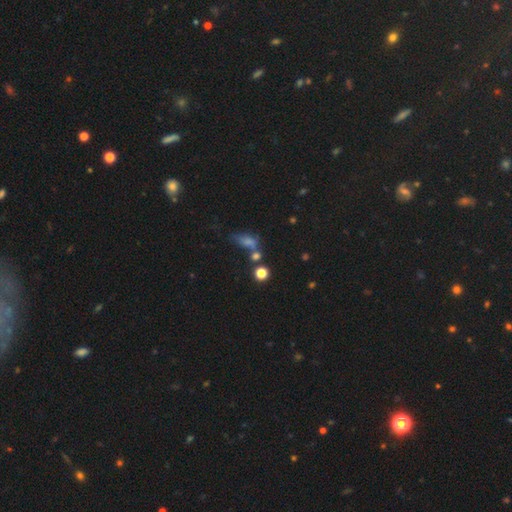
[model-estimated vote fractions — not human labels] Smooth or featured? smooth (43%)
Merging? none (47%)